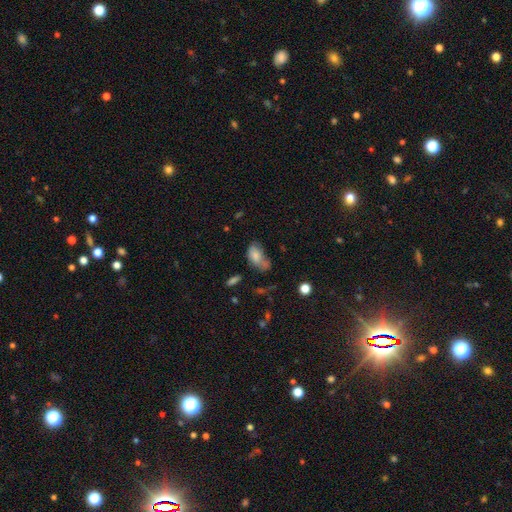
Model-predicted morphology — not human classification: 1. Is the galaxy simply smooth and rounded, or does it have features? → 75% smooth, 16% featured or disk, 9% star or artifact.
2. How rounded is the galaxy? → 90% in between, 8% round, 2% cigar-shaped.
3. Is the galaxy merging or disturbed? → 33% none, 30% minor disturbance, 19% major disturbance, 18% merger.